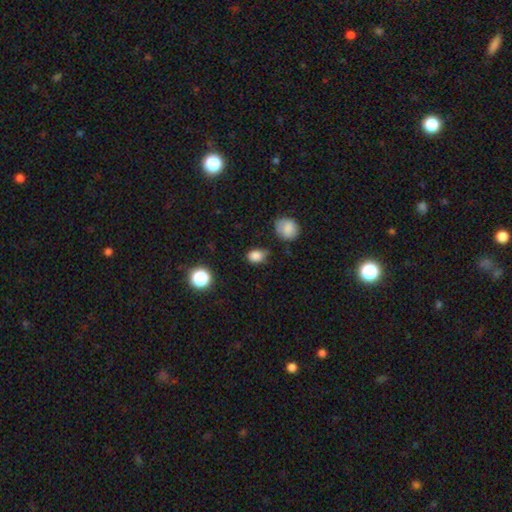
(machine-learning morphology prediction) This appears to be a smooth galaxy with no disk features (83%) that is in between round and cigar-shaped (62%). Merging: none (62%).